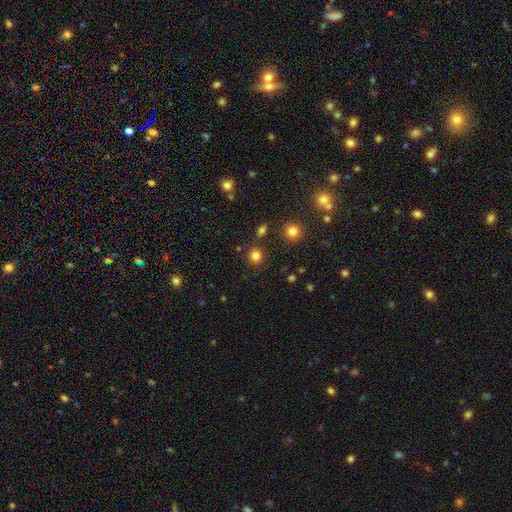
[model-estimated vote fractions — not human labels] This is clearly a smooth galaxy (81%). How rounded: clearly round (89%). Merging: clearly none (86%).